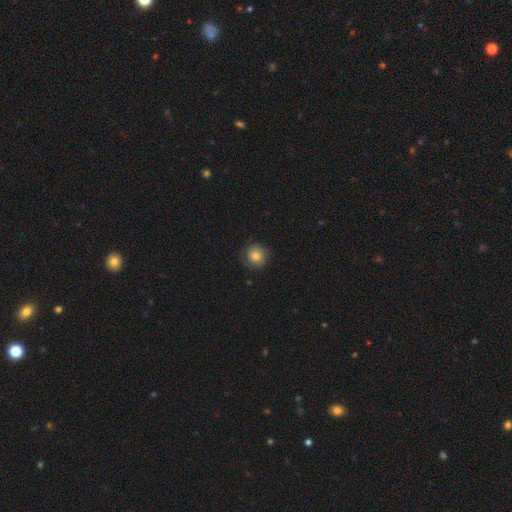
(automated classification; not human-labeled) Smooth or featured: smooth — 68% (featured or disk — 23%)
How rounded: round — 90% (in between — 9%)
Merging: none — 77% (minor disturbance — 16%)